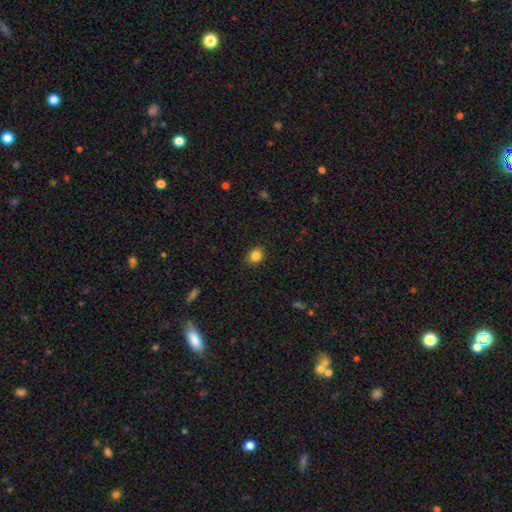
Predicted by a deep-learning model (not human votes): Smooth or featured?
  - smooth: 85% *
  - star or artifact: 10%
  - featured or disk: 5%
How rounded?
  - round: 57% *
  - in between: 42%
  - cigar-shaped: 1%
Merging?
  - none: 87% *
  - minor disturbance: 10%
  - major disturbance: 2%
  - merger: 1%